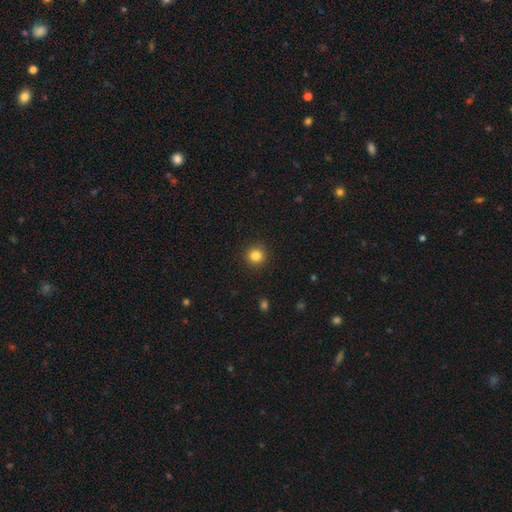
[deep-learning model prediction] This is clearly a smooth galaxy (84%). How rounded: clearly round (94%). Merging: clearly none (92%).